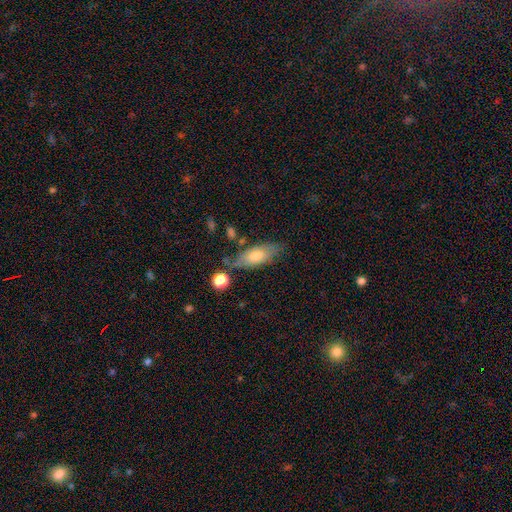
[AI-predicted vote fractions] Morphology: type=smooth (64%); roundness=in between (73%); merging=none (65%).